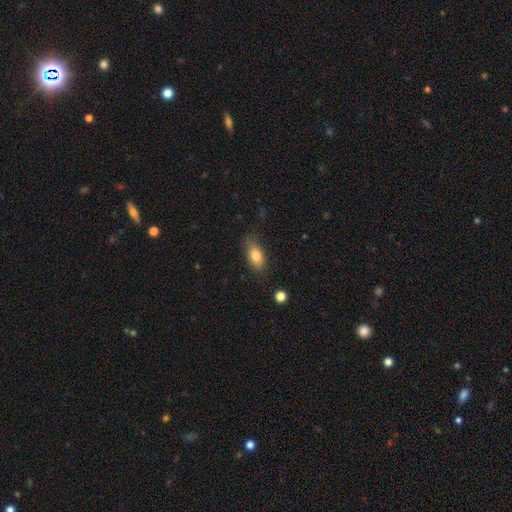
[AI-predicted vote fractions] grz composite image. It shows a smooth galaxy with no disk features (81%) that is in between round and cigar-shaped (85%). Merging: none (76%).